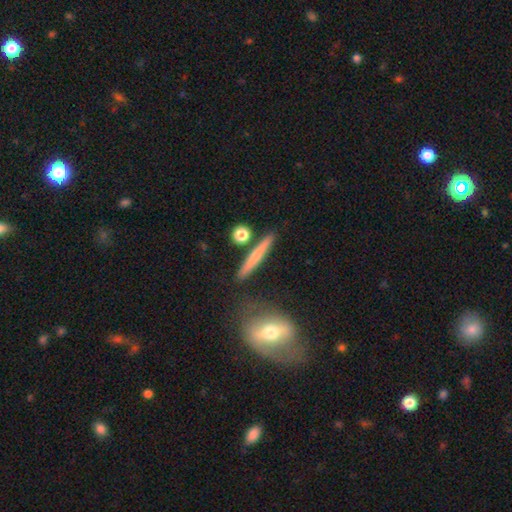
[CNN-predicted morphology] Smooth or featured? Predicted: smooth (p=0.52). How rounded? Predicted: cigar-shaped (p=0.89). Merging? Predicted: none (p=0.83).